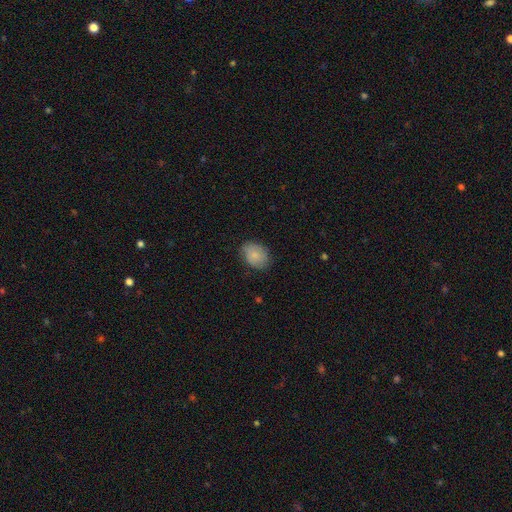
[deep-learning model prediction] This is clearly a smooth galaxy (81%). How rounded: likely in between (64%). Merging: likely none (76%).